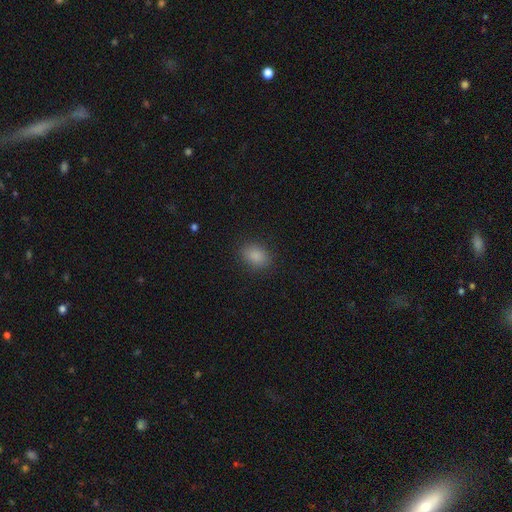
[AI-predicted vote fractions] smooth_or_featured: smooth (p=0.86) [alt: star or artifact p=0.10]
how_rounded: in between (p=0.71) [alt: round p=0.28]
merging: none (p=0.87) [alt: minor disturbance p=0.09]